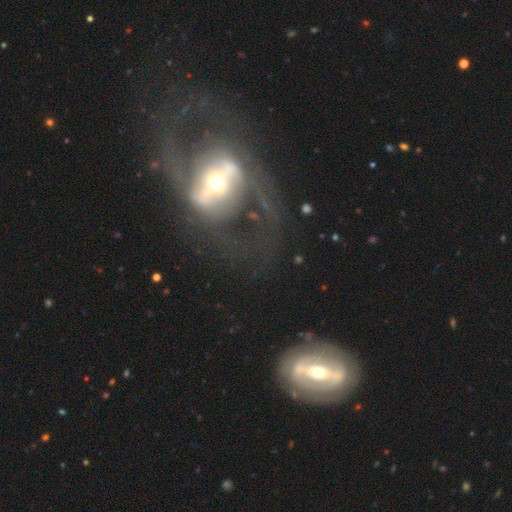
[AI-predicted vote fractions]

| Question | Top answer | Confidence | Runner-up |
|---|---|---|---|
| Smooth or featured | featured or disk | 78% | smooth (14%) |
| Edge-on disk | no | 93% | yes (7%) |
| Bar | strong | 48% | weak (30%) |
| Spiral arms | yes | 71% | no (29%) |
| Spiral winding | loose | 43% | medium (41%) |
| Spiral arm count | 2 | 83% | can't tell (9%) |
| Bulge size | moderate | 56% | small (25%) |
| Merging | none | 45% | major disturbance (25%) |